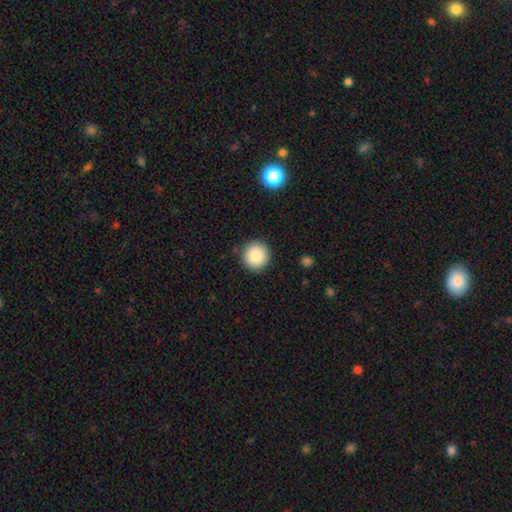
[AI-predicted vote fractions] smooth-or-featured: smooth: 86% | star or artifact: 9% | featured or disk: 5%
  how-rounded: round: 95% | in between: 4% | cigar-shaped: 1%
  merging: none: 90% | minor disturbance: 7% | major disturbance: 2% | merger: 1%